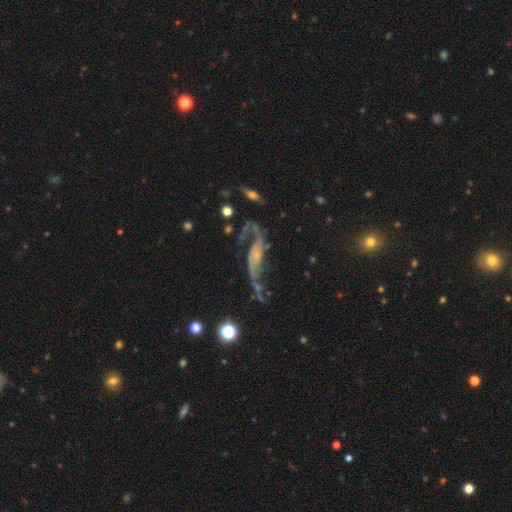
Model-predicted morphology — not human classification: Smooth or featured? featured or disk (79%)
Edge-on disk? no (90%)
Bar? no (60%)
Spiral arms? yes (88%)
Spiral winding? loose (79%)
Spiral arm count? 2 (85%)
Bulge size? small (56%)
Merging? none (41%)